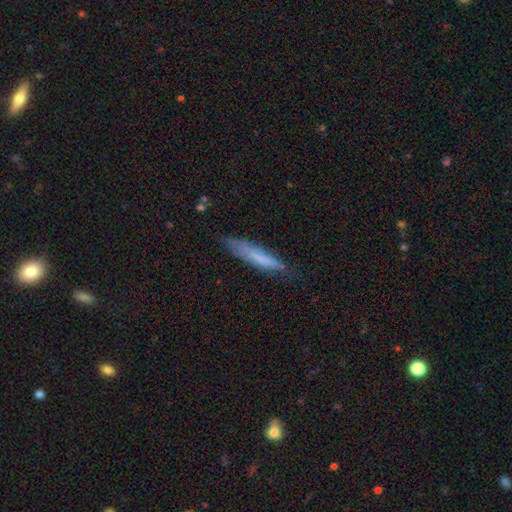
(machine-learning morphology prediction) Overall: smooth (66%; featured or disk 26%). How rounded: cigar-shaped (88%). Merging: none (68%).